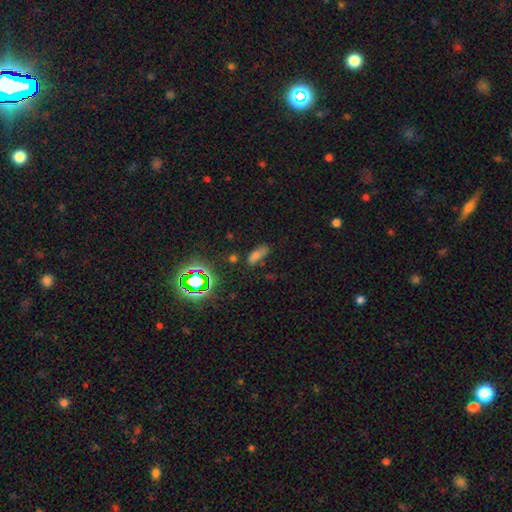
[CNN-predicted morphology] This is likely a smooth galaxy (62%). How rounded: likely in between (72%). Merging: likely none (62%).